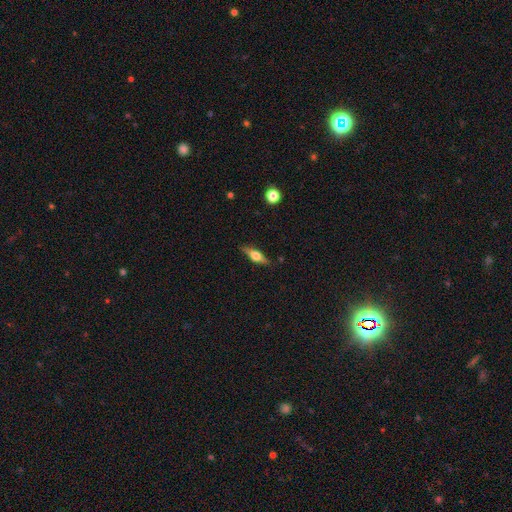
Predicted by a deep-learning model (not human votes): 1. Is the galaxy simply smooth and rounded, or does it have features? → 56% featured or disk, 37% smooth, 7% star or artifact.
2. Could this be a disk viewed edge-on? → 94% yes, 6% no.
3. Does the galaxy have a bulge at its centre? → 92% rounded, 7% boxy, 2% none.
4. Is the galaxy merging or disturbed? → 85% none, 11% minor disturbance, 2% major disturbance, 1% merger.